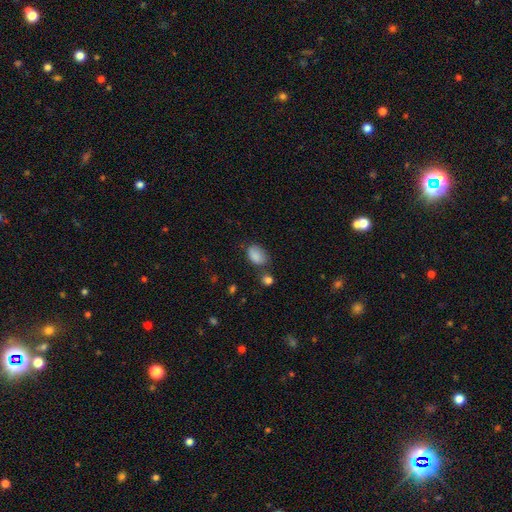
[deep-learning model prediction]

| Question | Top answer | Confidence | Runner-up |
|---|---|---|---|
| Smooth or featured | smooth | 85% | star or artifact (9%) |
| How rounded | in between | 87% | round (12%) |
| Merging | none | 59% | minor disturbance (27%) |